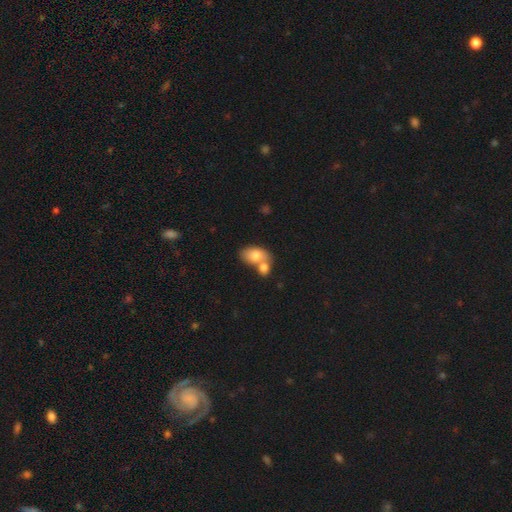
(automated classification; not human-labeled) The model was most divided on "merging": merger: 57%, none: 30%, minor disturbance: 9%, major disturbance: 3%. More confident: how rounded — in between (84%); smooth or featured — smooth (76%).